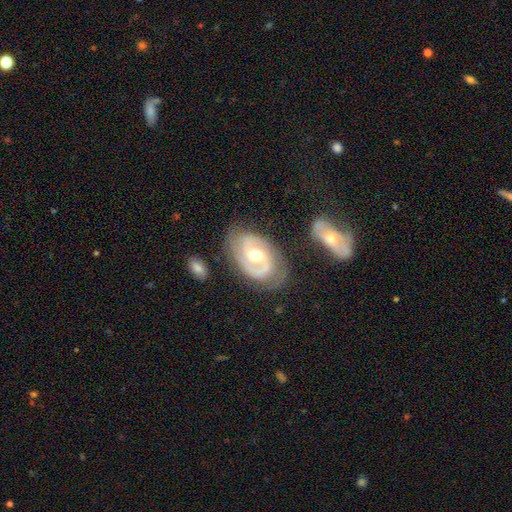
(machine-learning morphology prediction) A featured or disk galaxy (87%) with no bar (45%), 2 (82%) medium (45%) spiral arms (93%) and a moderate central bulge (76%). Merging: none (66%).